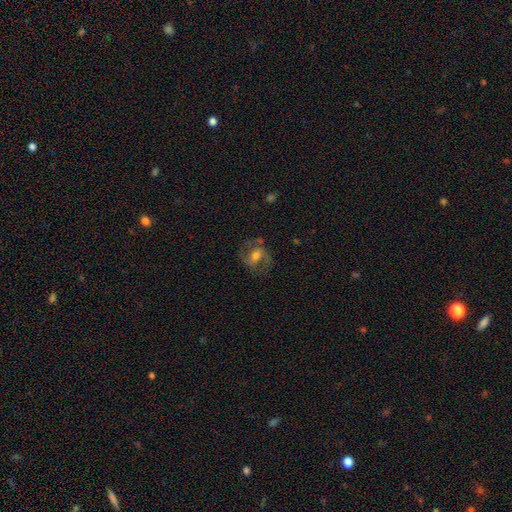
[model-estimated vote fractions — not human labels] Smooth or featured?
  - featured or disk: 63% *
  - smooth: 29%
  - star or artifact: 9%
Edge-on disk?
  - no: 96% *
  - yes: 4%
Bar?
  - weak: 41% * (tied)
  - no: 41% * (tied)
  - strong: 17%
Spiral arms?
  - yes: 81% *
  - no: 19%
Bulge size?
  - moderate: 63% *
  - small: 24%
  - large: 9%
  - none: 2%
  - dominant: 1%
Merging?
  - none: 64% *
  - minor disturbance: 19%
  - major disturbance: 15%
  - merger: 2%